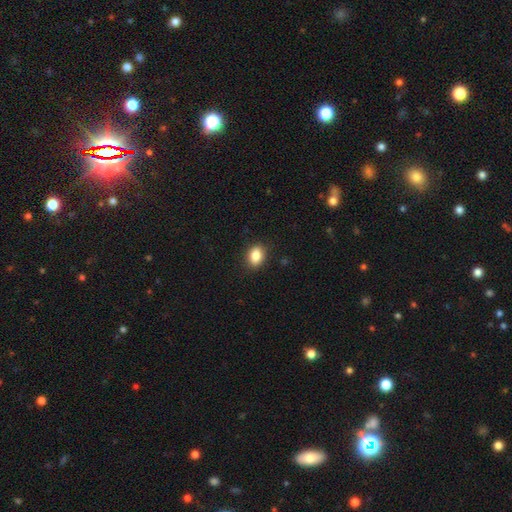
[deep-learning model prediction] smooth_or_featured: smooth (p=0.86) [alt: star or artifact p=0.09]
how_rounded: in between (p=0.72) [alt: round p=0.27]
merging: none (p=0.87) [alt: minor disturbance p=0.09]